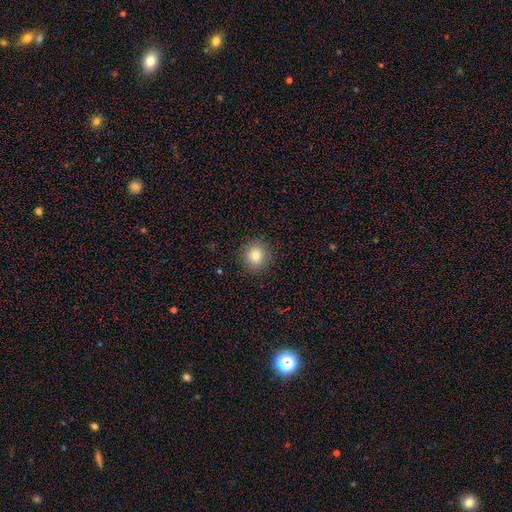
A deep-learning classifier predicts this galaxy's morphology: smooth 80%, star or artifact 12%, featured or disk 9%. Down the decision tree: how rounded — round (91%); merging — none (90%).